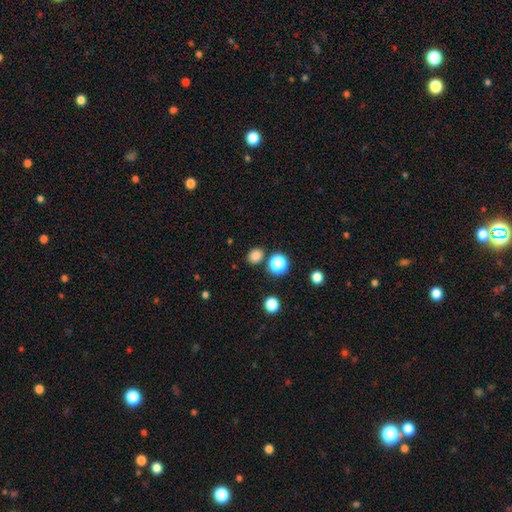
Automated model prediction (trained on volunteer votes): A smooth galaxy with no disk features (80%) that is round (69%).

Vote fractions:
- Smooth or featured? smooth: 80% / star or artifact: 16% / featured or disk: 4%
- How rounded? round: 69% / in between: 30% / cigar-shaped: 1%
- Merging? none: 83% / minor disturbance: 8% / merger: 6% / major disturbance: 3%